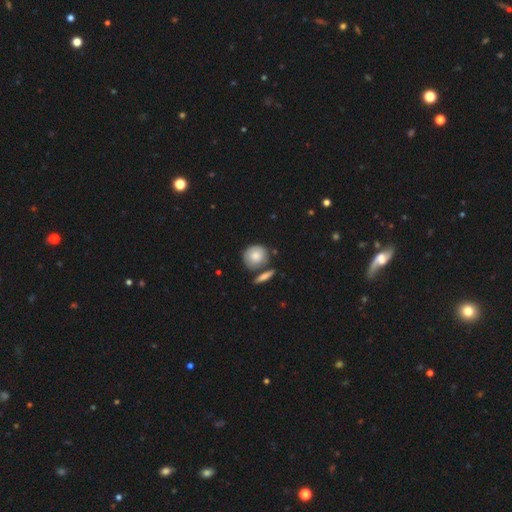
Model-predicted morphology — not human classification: Smooth or featured?
  - smooth: 75% *
  - featured or disk: 19%
  - star or artifact: 6%
How rounded?
  - round: 79% *
  - in between: 19%
  - cigar-shaped: 2%
Merging?
  - none: 65% *
  - minor disturbance: 16%
  - merger: 14%
  - major disturbance: 4%